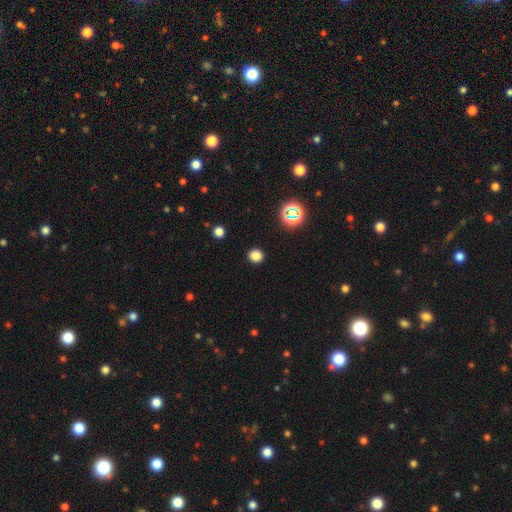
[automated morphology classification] A smooth galaxy with no disk features (80%) that is round (88%). Merging: none (92%).